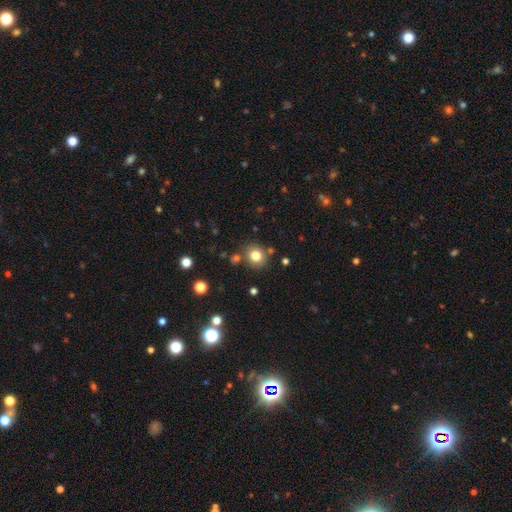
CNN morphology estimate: Smooth or featured: smooth — 79% (star or artifact — 13%)
How rounded: round — 84% (in between — 15%)
Merging: none — 81% (minor disturbance — 9%)